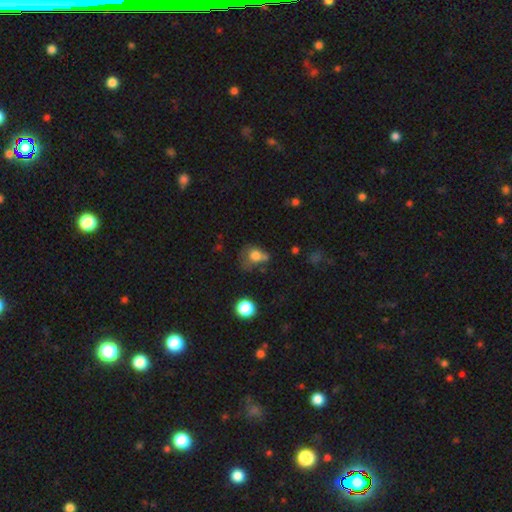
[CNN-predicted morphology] Q: Smooth or featured?
A: smooth (72%); runner-up: featured or disk (15%)
Q: How rounded?
A: round (61%); runner-up: in between (38%)
Q: Merging?
A: none (32%); runner-up: minor disturbance (24%)